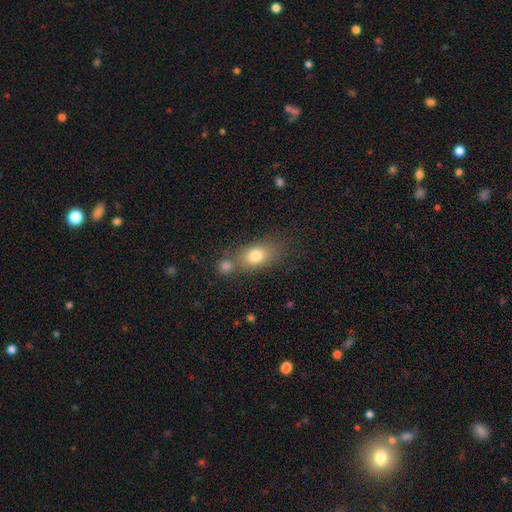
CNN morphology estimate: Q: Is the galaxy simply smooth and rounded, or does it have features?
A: smooth — 78%.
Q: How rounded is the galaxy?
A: in between — 73%.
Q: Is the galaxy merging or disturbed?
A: none — 53%.